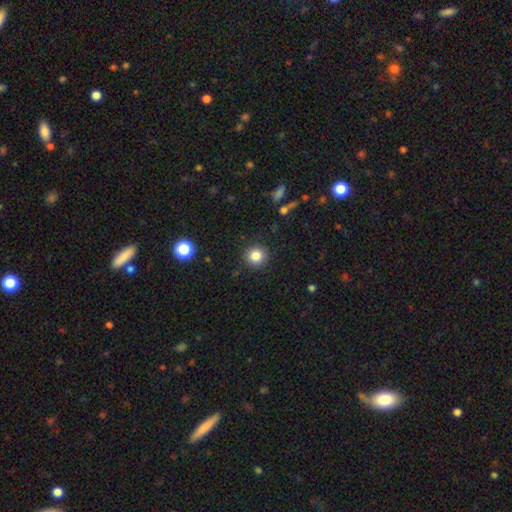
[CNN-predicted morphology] A smooth galaxy with no disk features (84%) that is round (93%).

Vote fractions:
- Smooth or featured? smooth: 84% / star or artifact: 11% / featured or disk: 5%
- How rounded? round: 93% / in between: 6% / cigar-shaped: 1%
- Merging? none: 91% / minor disturbance: 6% / major disturbance: 2% / merger: 1%